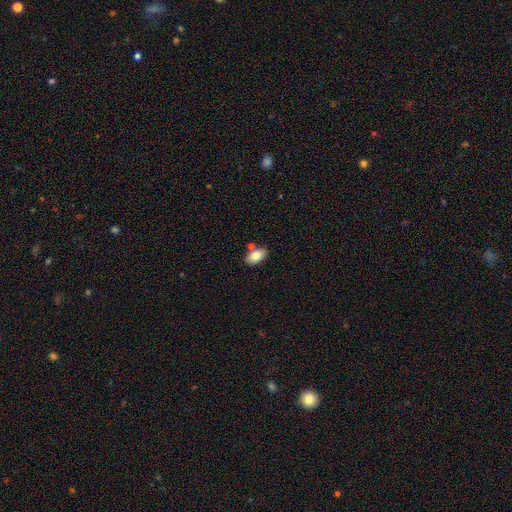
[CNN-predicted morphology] A smooth galaxy with no disk features (79%) that is in between round and cigar-shaped (91%).

Vote fractions:
- Smooth or featured? smooth: 79% / featured or disk: 13% / star or artifact: 8%
- How rounded? in between: 91% / round: 7% / cigar-shaped: 2%
- Merging? none: 75% / minor disturbance: 12% / merger: 10% / major disturbance: 3%